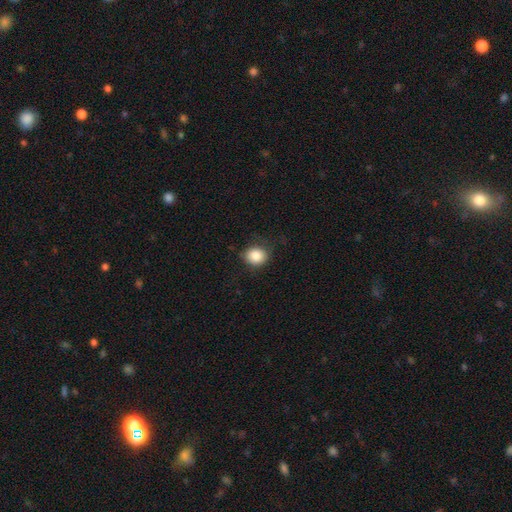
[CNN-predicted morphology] Smooth or featured? smooth (85%)
How rounded? round (67%)
Merging? none (77%)